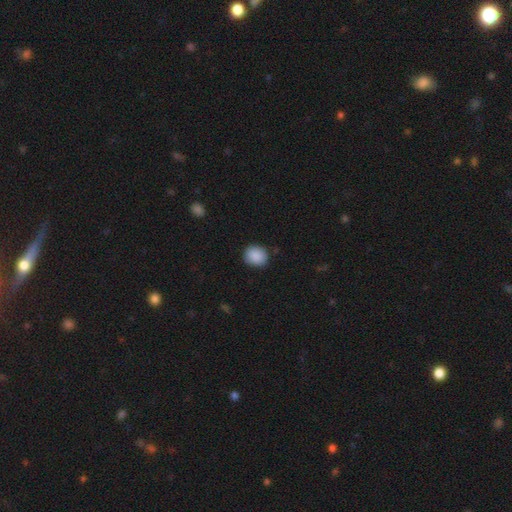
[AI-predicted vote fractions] A smooth galaxy with no disk features (89%) that is round (72%).

Vote fractions:
- Smooth or featured? smooth: 89% / star or artifact: 8% / featured or disk: 3%
- How rounded? round: 72% / in between: 27% / cigar-shaped: 1%
- Merging? none: 87% / minor disturbance: 10% / major disturbance: 2% / merger: 1%